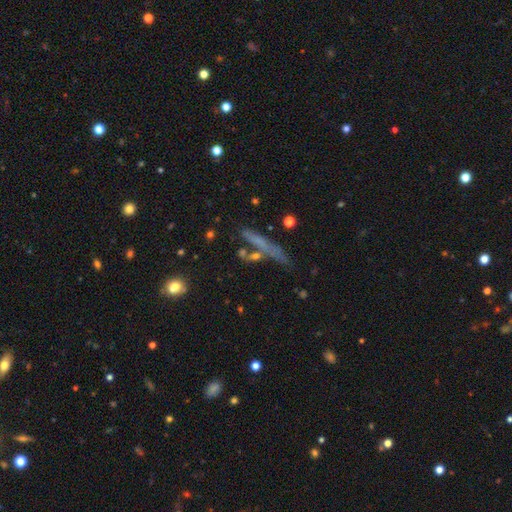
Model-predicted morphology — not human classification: Q: Smooth or featured?
A: smooth (54%); runner-up: featured or disk (35%)
Q: How rounded?
A: cigar-shaped (83%); runner-up: in between (11%)
Q: Merging?
A: none (60%); runner-up: minor disturbance (17%)